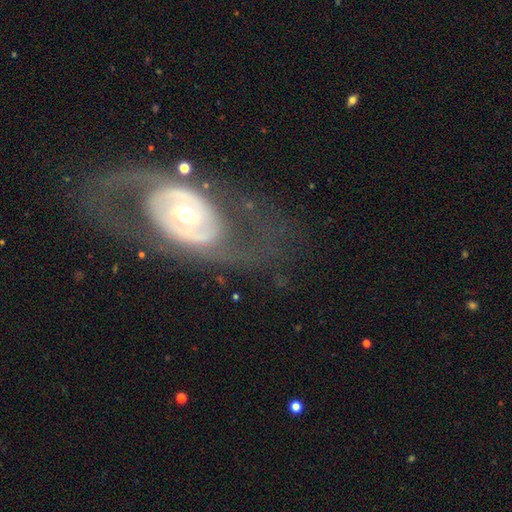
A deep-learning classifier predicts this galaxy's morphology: featured or disk 82%, smooth 11%, star or artifact 7%. Down the decision tree: edge-on disk — no (94%); bar — no (50%); spiral arms — yes (68%); spiral arm count — 2 (81%); spiral winding — medium (42%); bulge size — moderate (58%); merging — none (71%).